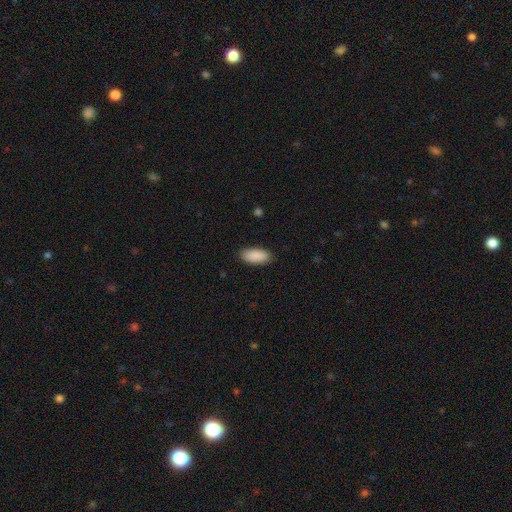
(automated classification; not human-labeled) Smooth or featured: smooth — 91% (star or artifact — 6%)
How rounded: in between — 90% (cigar-shaped — 9%)
Merging: none — 88% (minor disturbance — 9%)